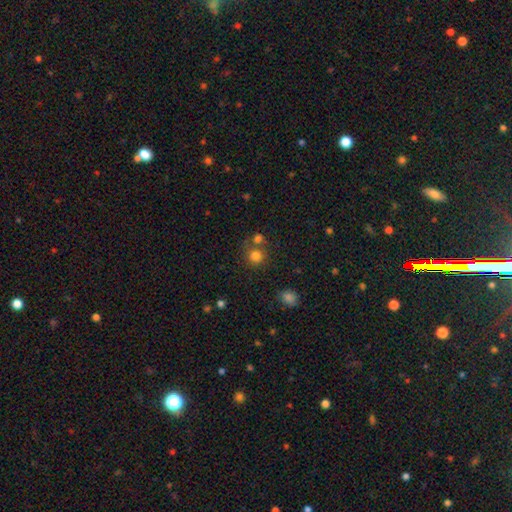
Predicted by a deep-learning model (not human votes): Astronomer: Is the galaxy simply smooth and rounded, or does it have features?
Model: smooth — 79%.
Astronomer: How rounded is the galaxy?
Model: round — 89%.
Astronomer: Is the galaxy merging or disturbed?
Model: none — 61%.